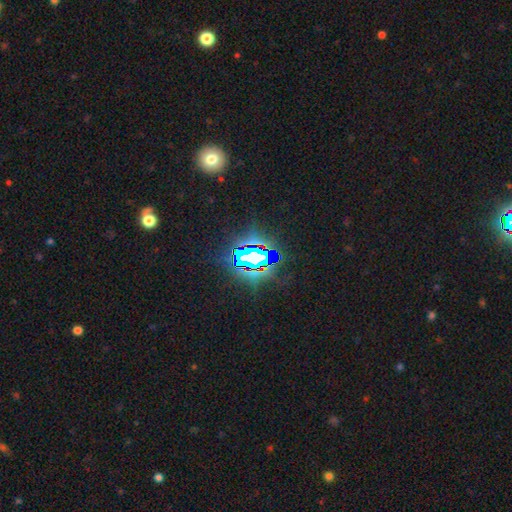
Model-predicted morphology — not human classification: Smooth or featured? Predicted: star or artifact (p=0.76).